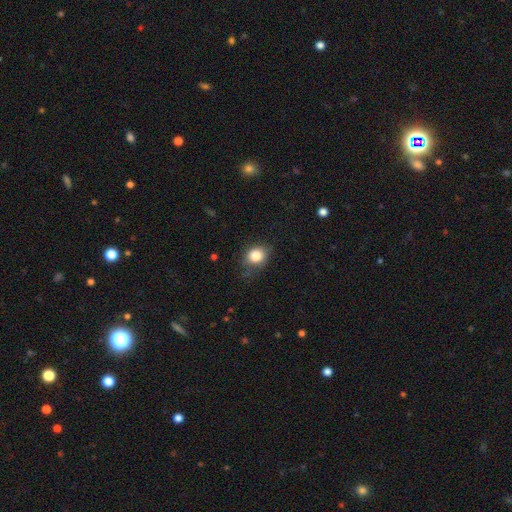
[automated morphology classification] Smooth or featured? smooth (84%)
How rounded? round (61%)
Merging? none (63%)